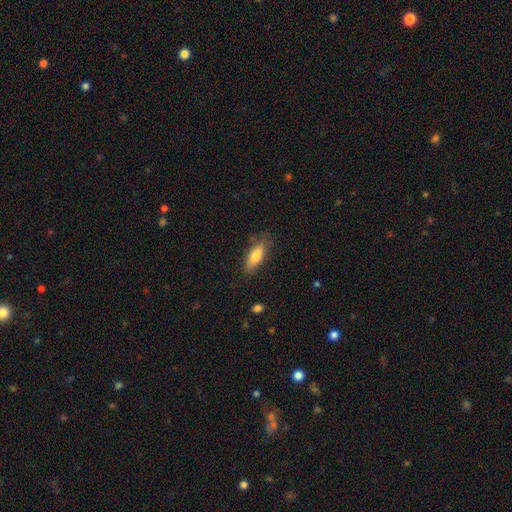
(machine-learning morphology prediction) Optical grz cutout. It shows a smooth galaxy with no disk features (74%) that is in between round and cigar-shaped (60%). Merging: none (75%).